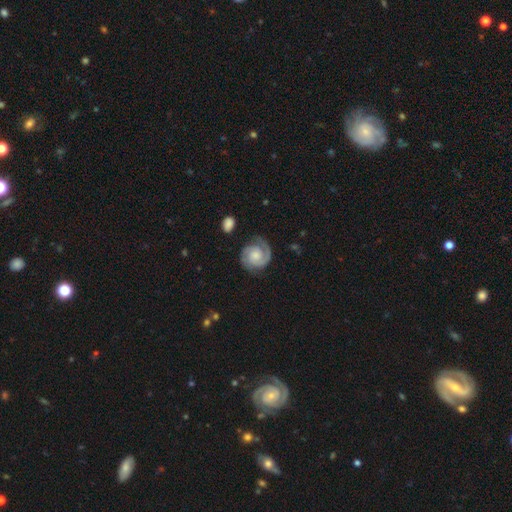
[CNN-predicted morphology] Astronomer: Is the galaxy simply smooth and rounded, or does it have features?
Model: featured or disk — 84%.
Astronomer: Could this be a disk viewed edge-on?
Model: no — 98%.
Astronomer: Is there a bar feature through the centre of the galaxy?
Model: no — 69%.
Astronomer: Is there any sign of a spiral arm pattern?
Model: yes — 97%.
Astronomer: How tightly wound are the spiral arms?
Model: tight — 65%.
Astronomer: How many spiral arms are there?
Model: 2 — 79%.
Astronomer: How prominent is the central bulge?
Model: moderate — 40% (runner-up: small, 34%).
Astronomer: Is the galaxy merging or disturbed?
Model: none — 75%.